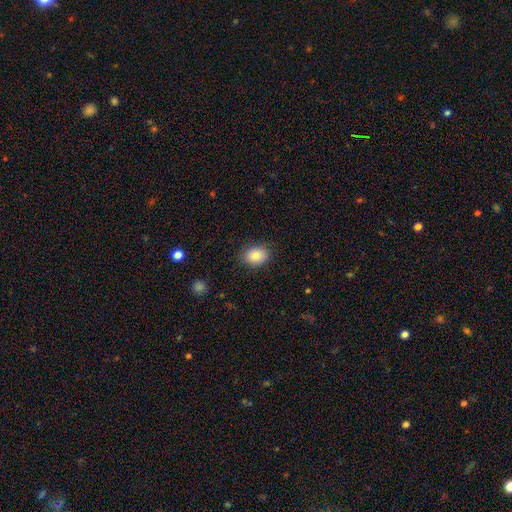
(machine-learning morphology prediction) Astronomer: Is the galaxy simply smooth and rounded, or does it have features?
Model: smooth — 84%.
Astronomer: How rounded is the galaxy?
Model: in between — 64%.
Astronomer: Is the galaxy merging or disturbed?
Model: none — 86%.